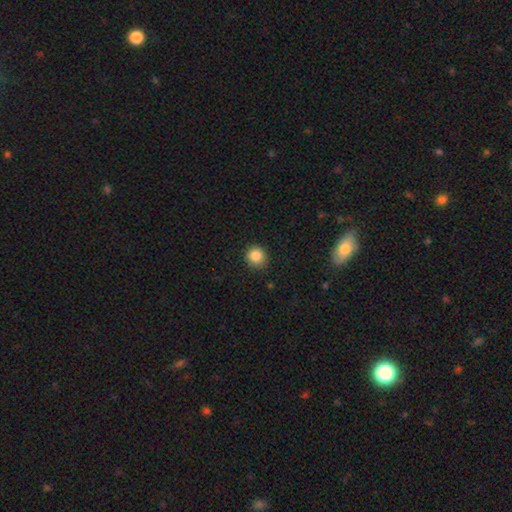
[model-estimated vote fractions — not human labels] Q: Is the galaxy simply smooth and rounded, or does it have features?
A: smooth — 86%.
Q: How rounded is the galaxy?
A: round — 89%.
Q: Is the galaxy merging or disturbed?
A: none — 85%.